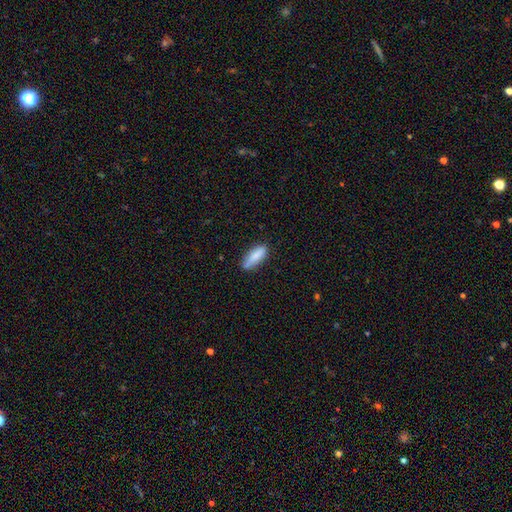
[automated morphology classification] Smooth or featured? smooth (83%)
How rounded? in between (54%)
Merging? none (70%)